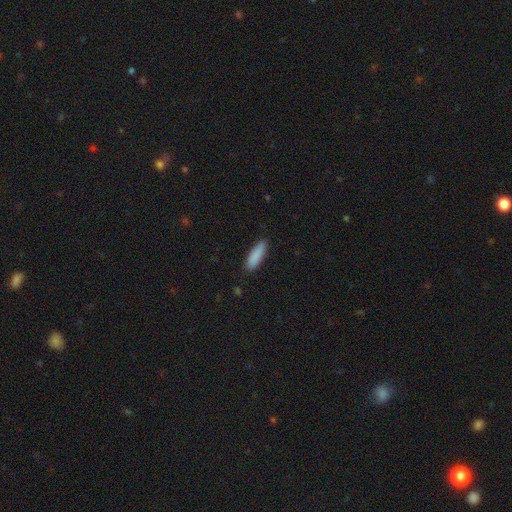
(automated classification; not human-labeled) The model was most divided on "how rounded": cigar-shaped: 57%, in between: 41%, round: 1%. More confident: smooth or featured — smooth (88%); merging — none (85%).